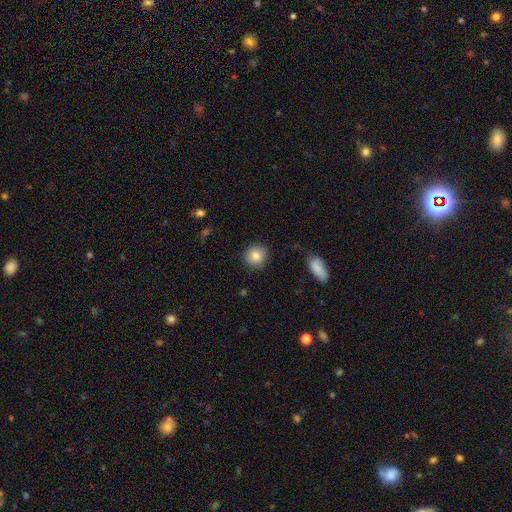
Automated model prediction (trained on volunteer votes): The model was most divided on "smooth or featured": smooth: 83%, featured or disk: 9%, star or artifact: 8%. More confident: how rounded — round (90%); merging — none (88%).